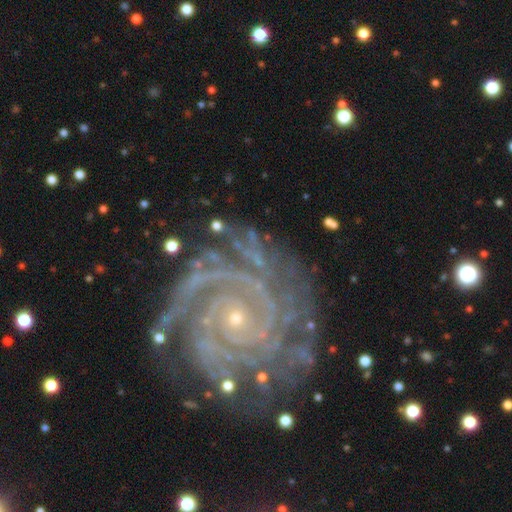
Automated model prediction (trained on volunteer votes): smooth_or_featured: featured or disk (p=0.90) [alt: star or artifact p=0.07]
disk_edge_on: no (p=0.98) [alt: yes p=0.02]
bar: no (p=0.75) [alt: weak p=0.15]
has_spiral_arms: yes (p=0.98) [alt: no p=0.02]
spiral_winding: tight (p=0.82) [alt: medium p=0.15]
spiral_arm_count: 2 (p=0.22) [alt: 3 p=0.20]
bulge_size: small (p=0.76) [alt: moderate p=0.20]
merging: none (p=0.71) [alt: minor disturbance p=0.17]